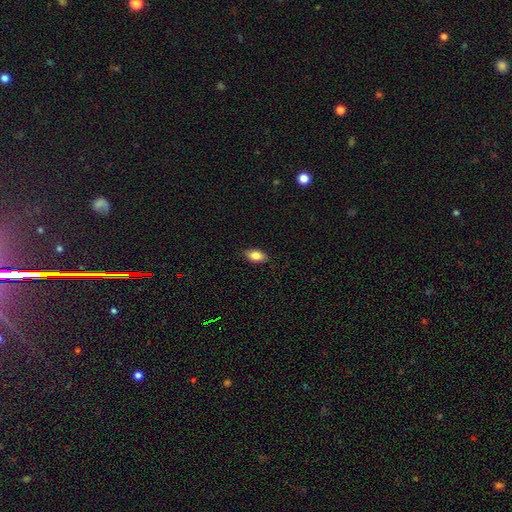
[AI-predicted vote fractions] smooth_or_featured: smooth (p=0.83) [alt: featured or disk p=0.09]
how_rounded: in between (p=0.90) [alt: round p=0.06]
merging: none (p=0.86) [alt: minor disturbance p=0.11]